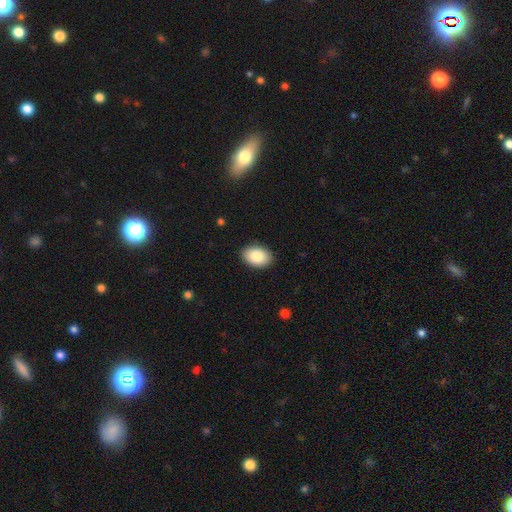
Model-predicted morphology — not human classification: Smooth or featured? Predicted: smooth (p=0.87). How rounded? Predicted: in between (p=0.87). Merging? Predicted: none (p=0.89).